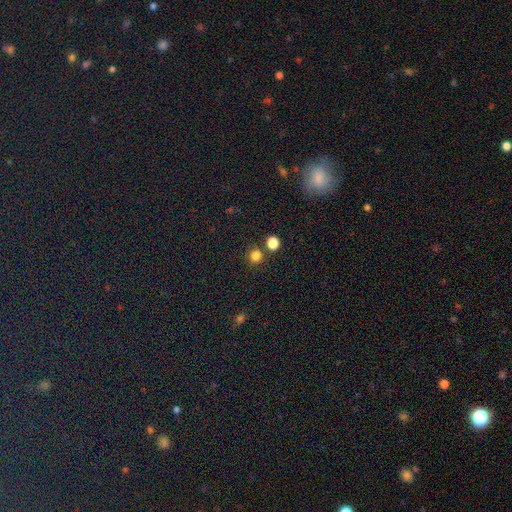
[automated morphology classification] This appears to be a smooth galaxy with no disk features (81%) that is round (91%). Merging: none (78%).